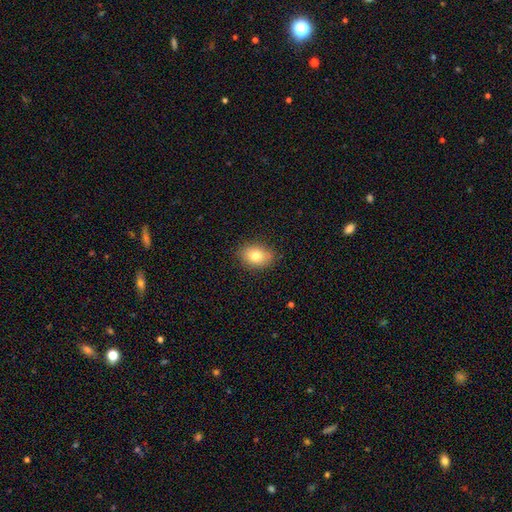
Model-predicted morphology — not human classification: This appears to be a smooth galaxy with no disk features (79%) that is in between round and cigar-shaped (71%). Merging: none (85%).